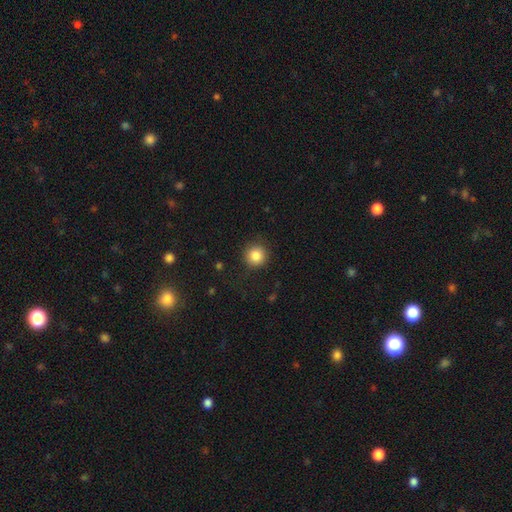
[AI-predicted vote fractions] Overall: smooth (85%). How rounded: round (94%). Merging: none (86%).